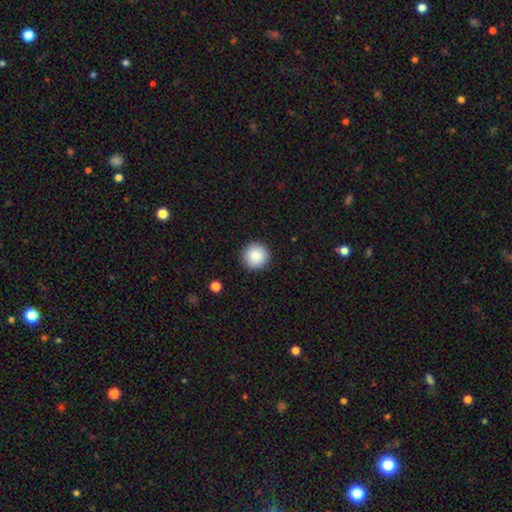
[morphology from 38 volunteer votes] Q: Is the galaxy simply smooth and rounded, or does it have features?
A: smooth — 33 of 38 (87%).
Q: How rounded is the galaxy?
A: round — 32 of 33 (97%).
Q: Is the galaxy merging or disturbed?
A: none — 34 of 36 (94%).